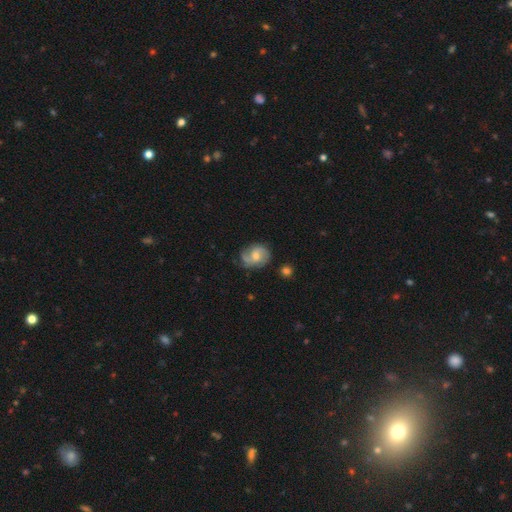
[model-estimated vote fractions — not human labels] Smooth or featured: featured or disk — 65% (smooth — 28%)
Edge-on disk: no — 97% (yes — 3%)
Bar: no — 55% (weak — 39%)
Spiral arms: yes — 90% (no — 10%)
Spiral winding: medium — 45% (loose — 29%)
Spiral arm count: 2 — 60% (can't tell — 15%)
Bulge size: moderate — 60% (small — 33%)
Merging: none — 67% (minor disturbance — 23%)